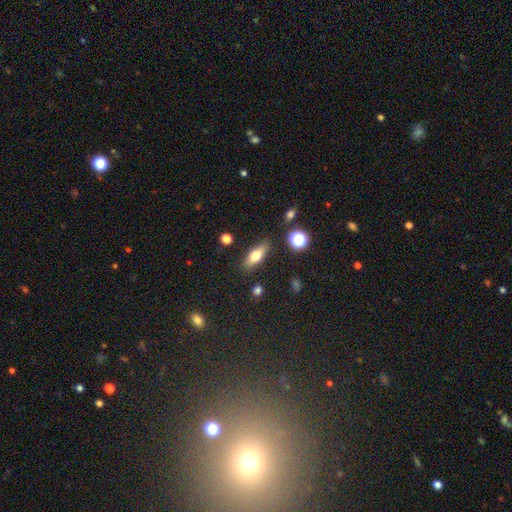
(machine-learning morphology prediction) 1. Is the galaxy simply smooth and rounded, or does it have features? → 62% smooth, 29% featured or disk, 9% star or artifact.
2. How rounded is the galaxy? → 58% in between, 38% cigar-shaped, 5% round.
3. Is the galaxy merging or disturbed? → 84% none, 10% minor disturbance, 3% major disturbance, 3% merger.